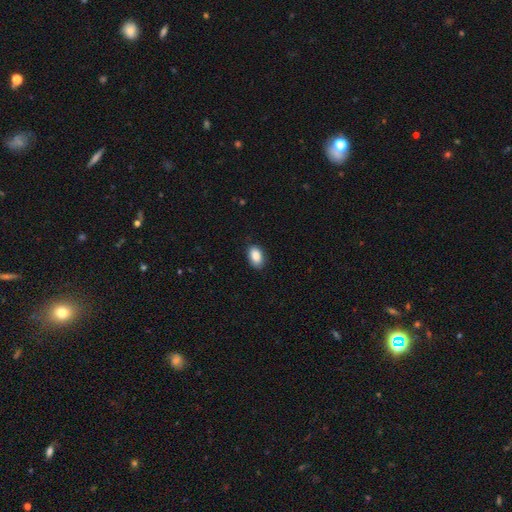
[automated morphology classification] smooth 88%, star or artifact 7%, featured or disk 5%. Down the decision tree: how rounded — in between (91%); merging — none (84%).